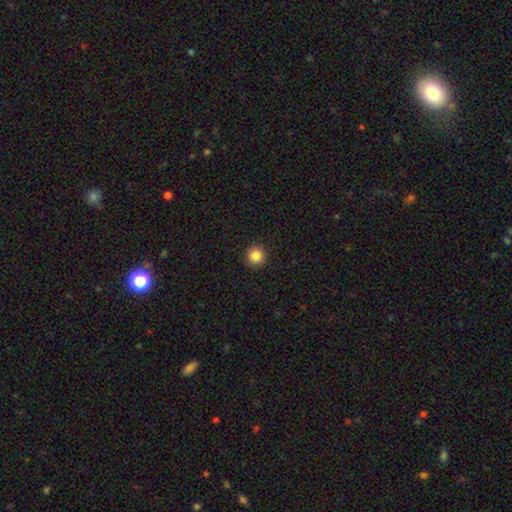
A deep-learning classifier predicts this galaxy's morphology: Smooth or featured? smooth (85%)
How rounded? round (94%)
Merging? none (92%)